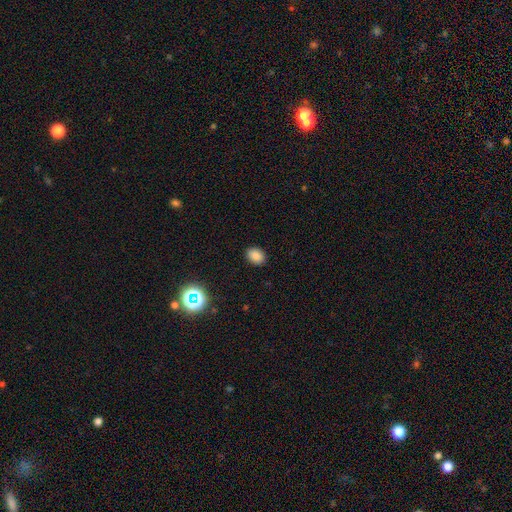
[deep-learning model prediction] Smooth or featured: smooth — 85% (star or artifact — 12%)
How rounded: in between — 65% (round — 34%)
Merging: none — 89% (minor disturbance — 8%)